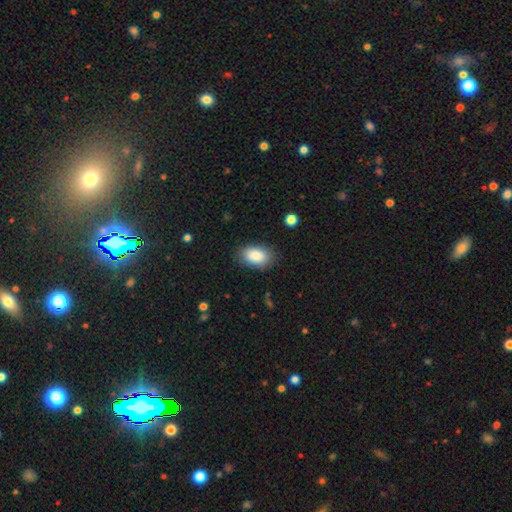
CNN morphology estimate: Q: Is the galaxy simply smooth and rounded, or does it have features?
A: smooth — 88%.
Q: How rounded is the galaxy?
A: in between — 90%.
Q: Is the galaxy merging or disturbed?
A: none — 83%.